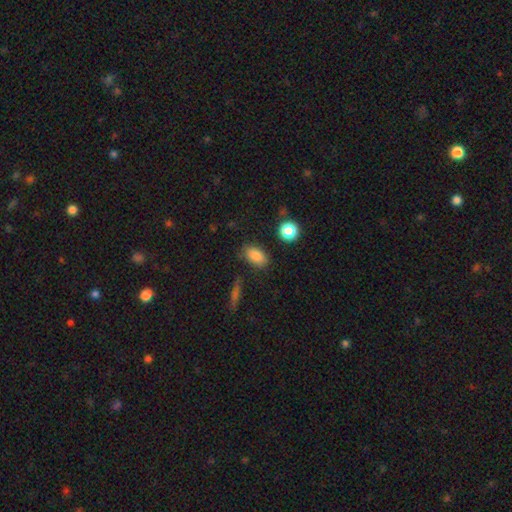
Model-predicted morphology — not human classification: Q: Smooth or featured?
A: smooth (84%); runner-up: star or artifact (10%)
Q: How rounded?
A: in between (86%); runner-up: round (11%)
Q: Merging?
A: none (80%); runner-up: minor disturbance (13%)